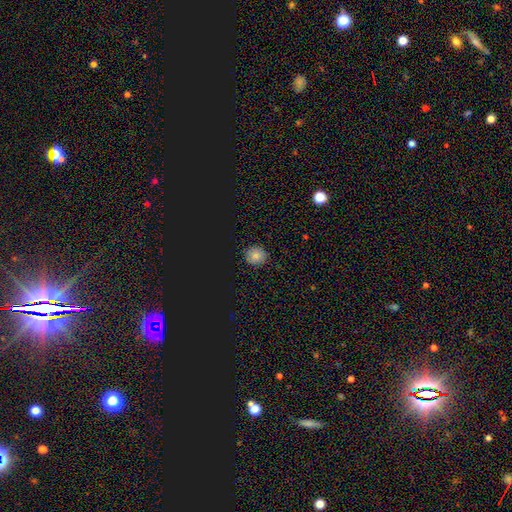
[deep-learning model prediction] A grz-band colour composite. It shows a smooth galaxy with no disk features (73%) that is round (90%). Merging: none (89%).